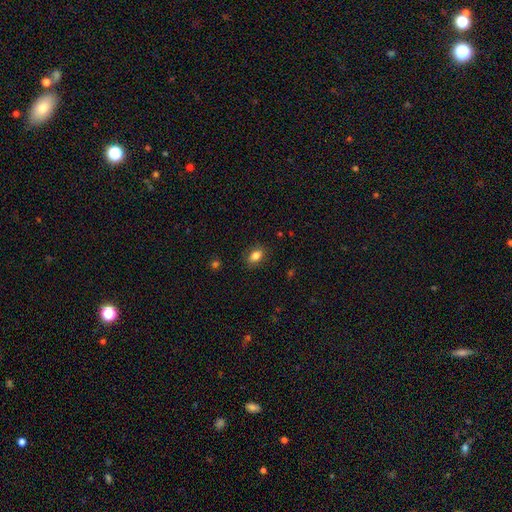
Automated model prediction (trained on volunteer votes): The model was most divided on "how rounded": in between: 83%, round: 15%, cigar-shaped: 3%. More confident: merging — none (86%); smooth or featured — smooth (84%).